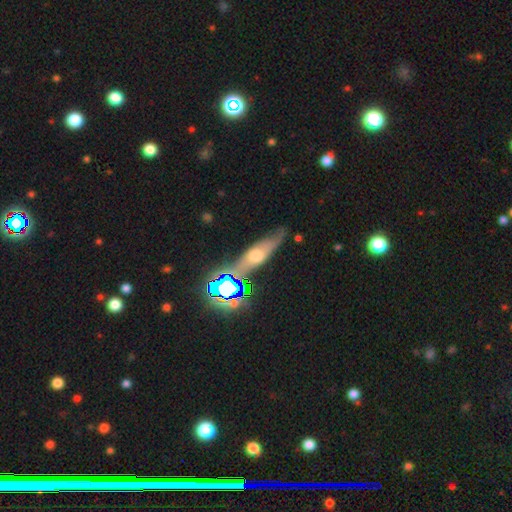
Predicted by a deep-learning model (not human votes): This appears to be a featured or disk galaxy (50%) viewed edge-on (74%). Merging: none (70%).